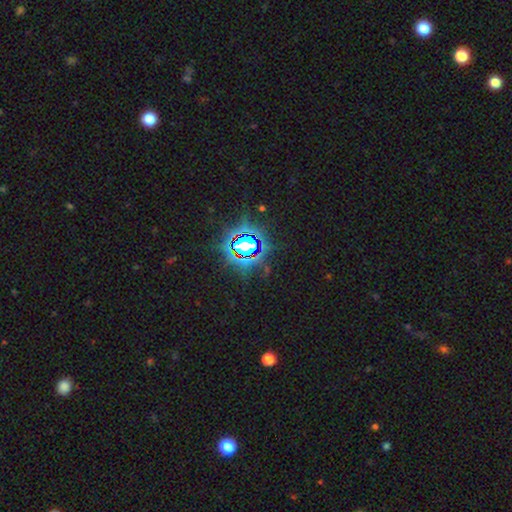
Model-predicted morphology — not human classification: A star or artifact, not a galaxy (82%).

Vote fractions:
- Smooth or featured? star or artifact: 82% / smooth: 11% / featured or disk: 7%